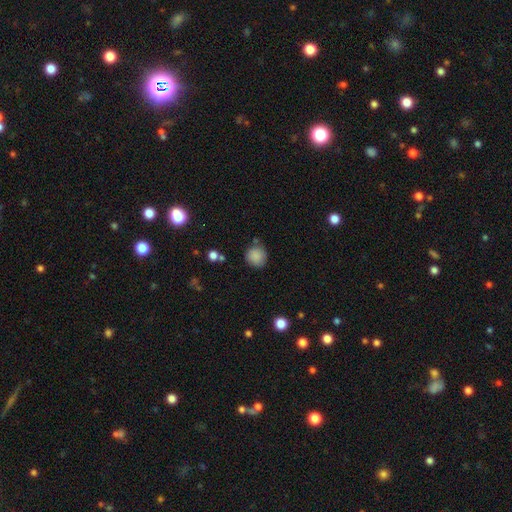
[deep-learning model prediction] This is clearly a smooth galaxy (86%). How rounded: clearly round (89%). Merging: likely none (79%).